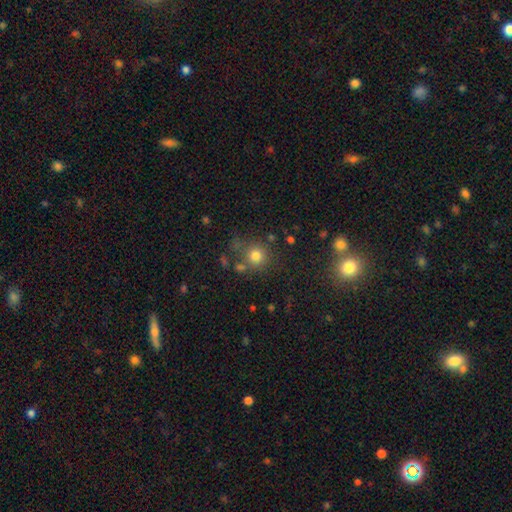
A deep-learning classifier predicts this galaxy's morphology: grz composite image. It shows a smooth galaxy with no disk features (76%) that is round (90%). Merging: none (70%).